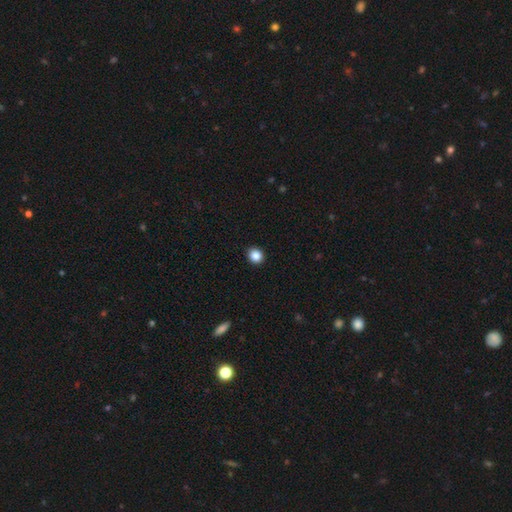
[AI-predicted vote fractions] A smooth galaxy with no disk features (86%) that is round (81%).

Vote fractions:
- Smooth or featured? smooth: 86% / star or artifact: 10% / featured or disk: 3%
- How rounded? round: 81% / in between: 18% / cigar-shaped: 1%
- Merging? none: 92% / minor disturbance: 5% / major disturbance: 2% / merger: 1%